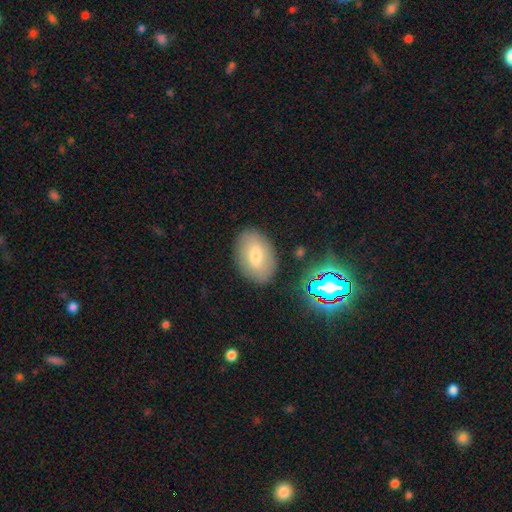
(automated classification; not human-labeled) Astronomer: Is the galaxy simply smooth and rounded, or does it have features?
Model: smooth — 64%.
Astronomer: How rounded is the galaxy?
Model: in between — 87%.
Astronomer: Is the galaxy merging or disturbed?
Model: none — 84%.